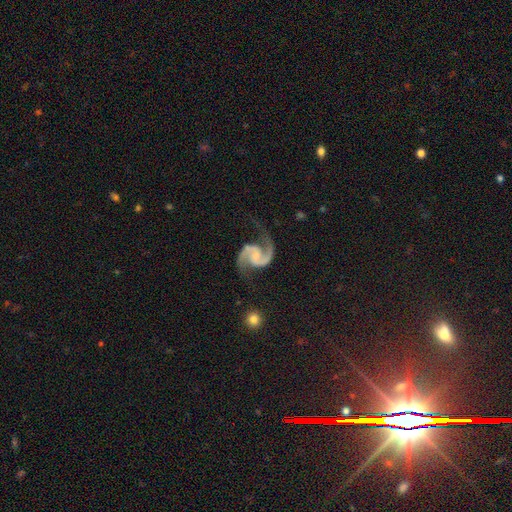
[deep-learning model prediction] Smooth or featured: featured or disk — 93% (star or artifact — 4%)
Edge-on disk: no — 99% (yes — 1%)
Bar: no — 50% (weak — 37%)
Spiral arms: yes — 98% (no — 2%)
Spiral winding: medium — 54% (loose — 36%)
Spiral arm count: 2 — 94% (1 — 1%)
Bulge size: none — 52% (small — 27%)
Merging: none — 71% (minor disturbance — 16%)